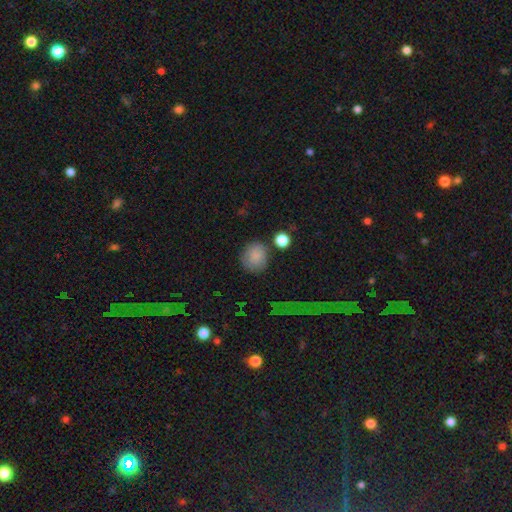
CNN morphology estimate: Smooth or featured? smooth (84%)
How rounded? round (80%)
Merging? none (73%)